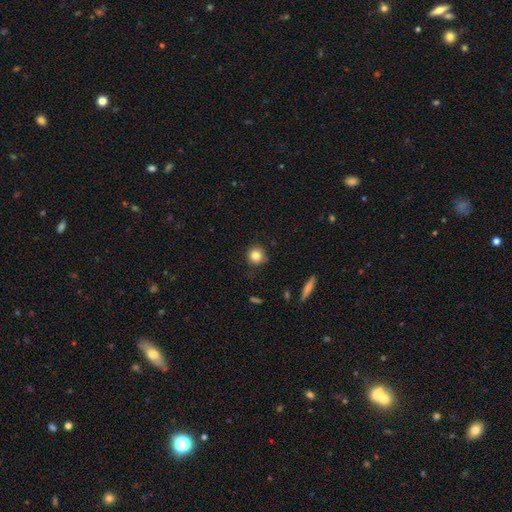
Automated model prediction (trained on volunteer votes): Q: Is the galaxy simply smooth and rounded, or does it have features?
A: smooth — 83%.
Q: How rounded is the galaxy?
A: round — 92%.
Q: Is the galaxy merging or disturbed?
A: none — 82%.